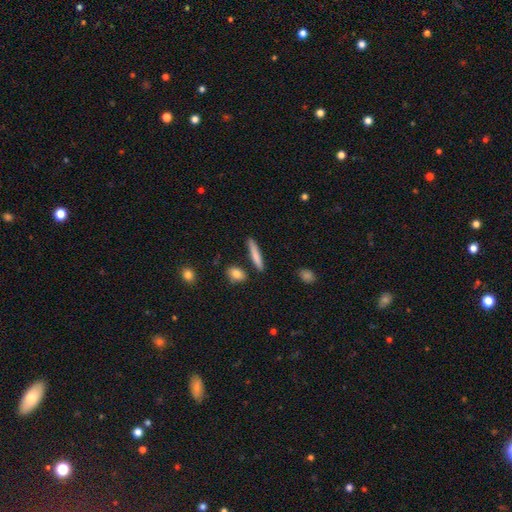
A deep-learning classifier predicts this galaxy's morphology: Overall: smooth (78%). How rounded: cigar-shaped (91%). Merging: none (85%).